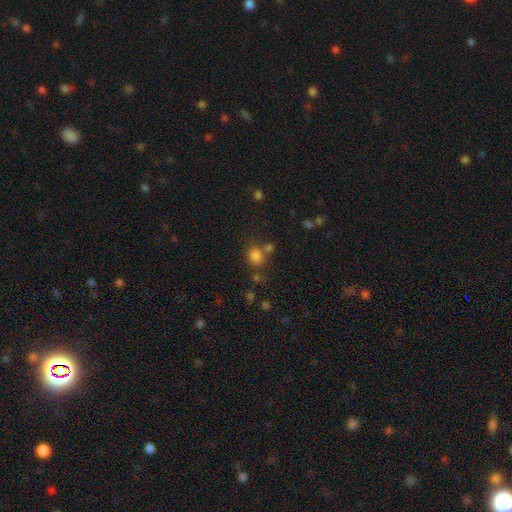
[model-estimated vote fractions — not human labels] smooth 79%, star or artifact 15%, featured or disk 6%. Down the decision tree: how rounded — round (74%); merging — none (61%).